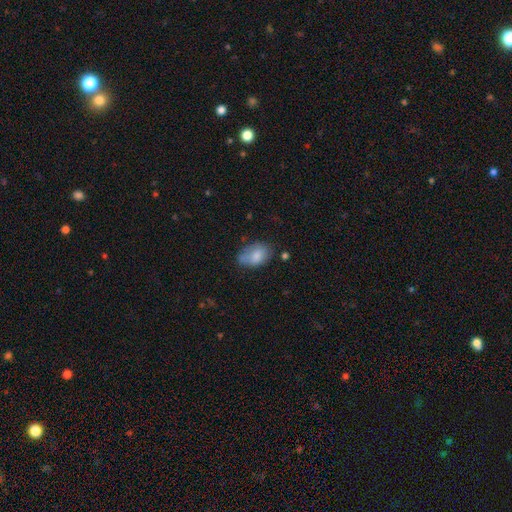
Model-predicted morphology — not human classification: A smooth galaxy with no disk features (78%) that is in between round and cigar-shaped (88%).

Vote fractions:
- Smooth or featured? smooth: 78% / featured or disk: 14% / star or artifact: 8%
- How rounded? in between: 88% / round: 10% / cigar-shaped: 1%
- Merging? none: 53% / minor disturbance: 31% / major disturbance: 9% / merger: 7%